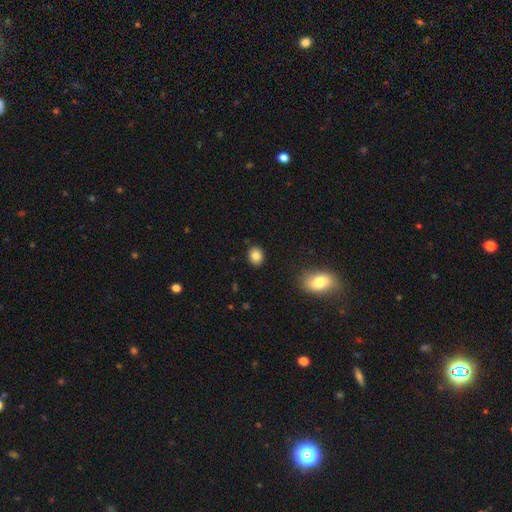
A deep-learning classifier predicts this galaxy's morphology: A smooth galaxy with no disk features (84%) that is round (61%).

Vote fractions:
- Smooth or featured? smooth: 84% / star or artifact: 10% / featured or disk: 6%
- How rounded? round: 61% / in between: 38% / cigar-shaped: 1%
- Merging? none: 89% / minor disturbance: 8% / major disturbance: 2% / merger: 2%